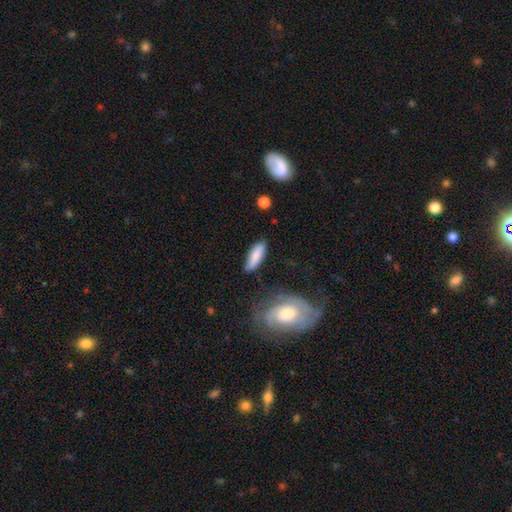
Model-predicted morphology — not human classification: A smooth galaxy with no disk features (77%) that is in between round and cigar-shaped (51%).

Vote fractions:
- Smooth or featured? smooth: 77% / featured or disk: 17% / star or artifact: 6%
- How rounded? in between: 51% / cigar-shaped: 47% / round: 2%
- Merging? none: 74% / minor disturbance: 18% / major disturbance: 4% / merger: 4%